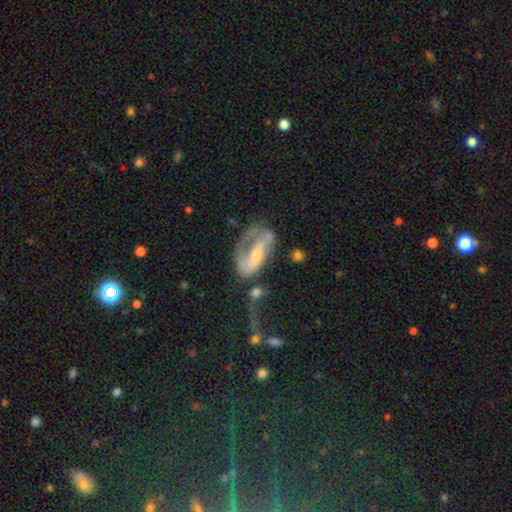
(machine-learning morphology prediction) A featured or disk galaxy (71%) with no bar (37%), 2 (63%) medium (39%) spiral arms (77%) and a small central bulge (52%). Merging: none (35%).